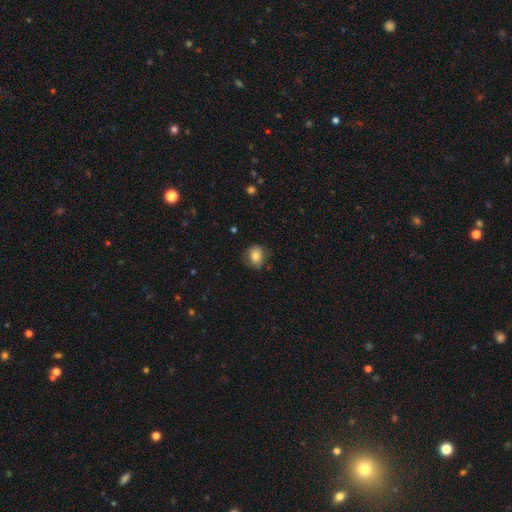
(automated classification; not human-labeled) Morphology: type=smooth (79%); roundness=round (62%); merging=none (73%).